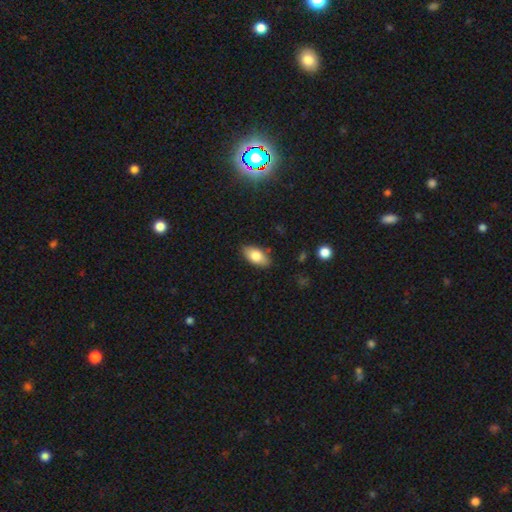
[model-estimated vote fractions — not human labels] smooth 77%, featured or disk 16%, star or artifact 7%. Down the decision tree: how rounded — in between (91%); merging — none (84%).